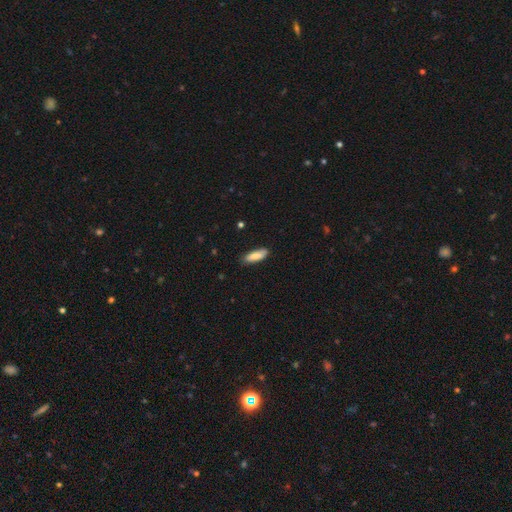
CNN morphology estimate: smooth_or_featured: smooth (p=0.82) [alt: featured or disk p=0.12]
how_rounded: in between (p=0.54) [alt: cigar-shaped p=0.44]
merging: none (p=0.82) [alt: minor disturbance p=0.14]